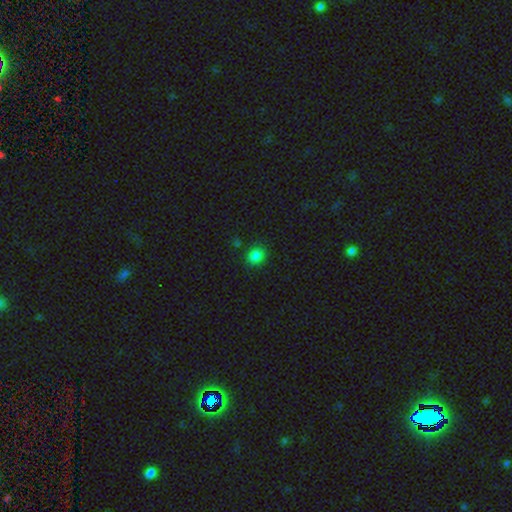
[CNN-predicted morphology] Smooth or featured? Predicted: smooth (p=0.82). How rounded? Predicted: round (p=0.75). Merging? Predicted: none (p=0.85).